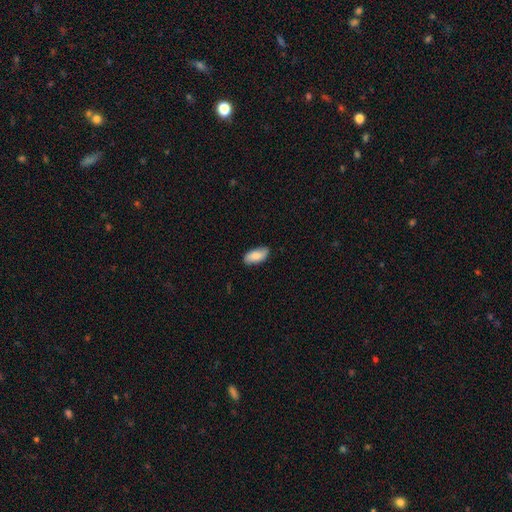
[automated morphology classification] smooth 81%, featured or disk 13%, star or artifact 6%. Down the decision tree: how rounded — in between (92%); merging — none (81%).